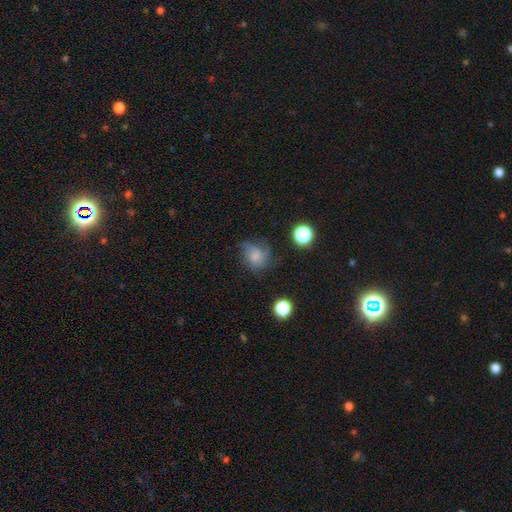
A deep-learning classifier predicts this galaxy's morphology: A smooth galaxy with no disk features (49%). Merging: none (50%).